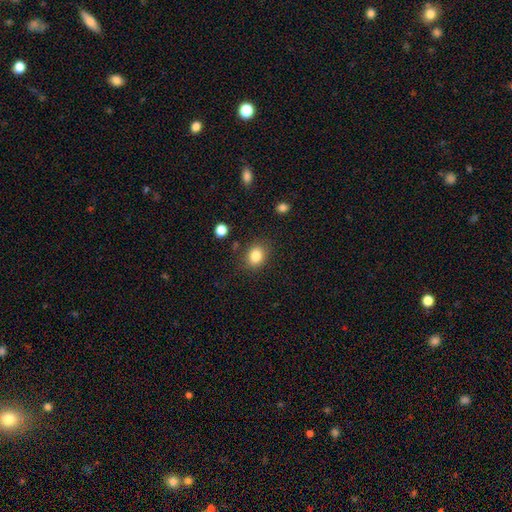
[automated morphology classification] Q: Smooth or featured?
A: smooth (84%); runner-up: star or artifact (10%)
Q: How rounded?
A: round (55%); runner-up: in between (45%)
Q: Merging?
A: none (82%); runner-up: minor disturbance (12%)